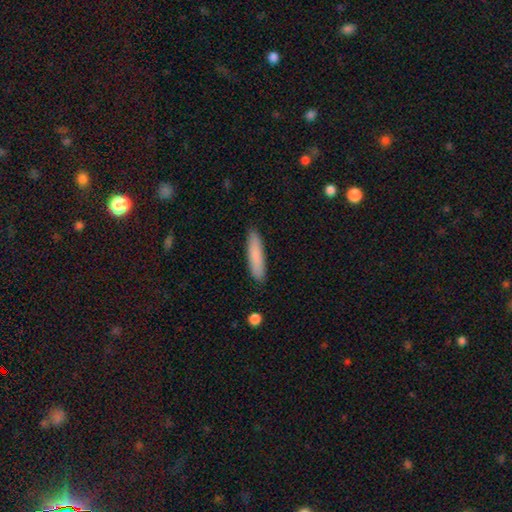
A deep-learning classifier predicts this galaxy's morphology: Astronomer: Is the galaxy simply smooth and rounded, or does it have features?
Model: smooth — 84%.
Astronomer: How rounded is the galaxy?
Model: cigar-shaped — 81%.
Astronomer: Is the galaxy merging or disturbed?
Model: none — 89%.